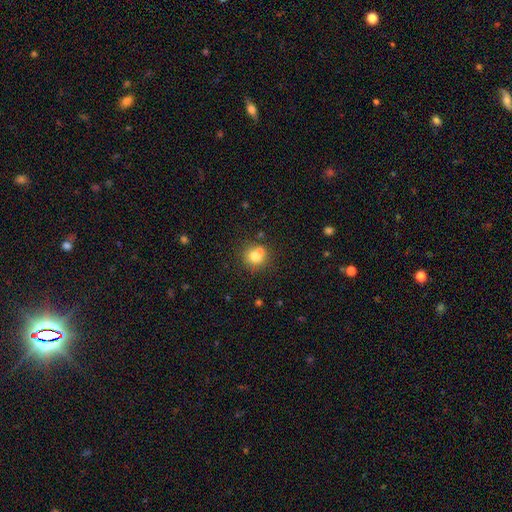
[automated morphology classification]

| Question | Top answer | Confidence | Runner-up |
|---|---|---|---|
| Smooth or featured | smooth | 73% | featured or disk (14%) |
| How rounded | round | 88% | in between (11%) |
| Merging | none | 59% | merger (29%) |